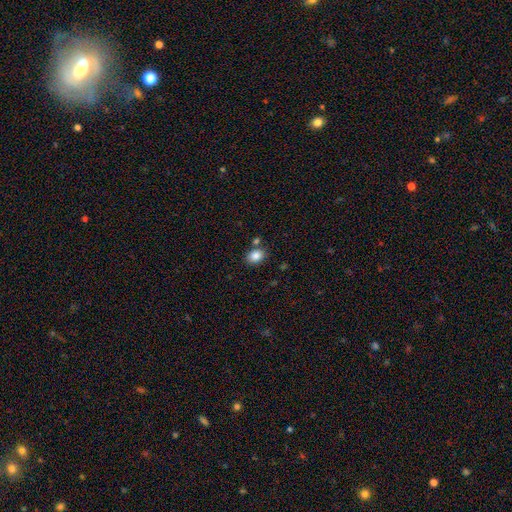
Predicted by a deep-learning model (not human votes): Smooth or featured? smooth (85%)
How rounded? in between (64%)
Merging? none (75%)